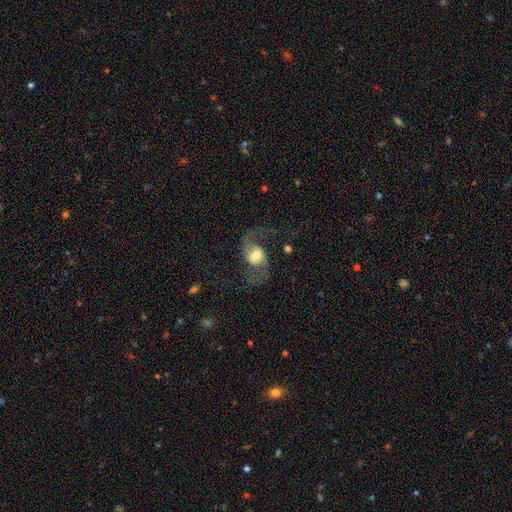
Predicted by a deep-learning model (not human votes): Overall: featured or disk (81%). Edge-on disk: no (97%). Bar: no (45%; weak 40%). Spiral arms: yes (94%). Spiral arm count: 2 (93%). Spiral winding: loose (72%). Bulge size: moderate (57%; large 23%). Merging: none (65%).